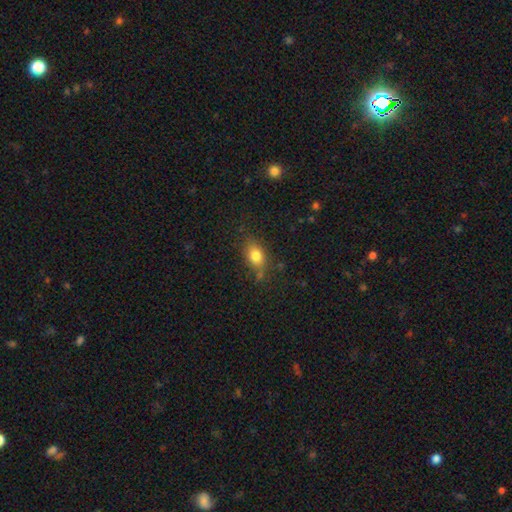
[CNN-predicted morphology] smooth_or_featured: smooth (p=0.80) [alt: featured or disk p=0.10]
how_rounded: in between (p=0.76) [alt: round p=0.21]
merging: none (p=0.72) [alt: minor disturbance p=0.19]